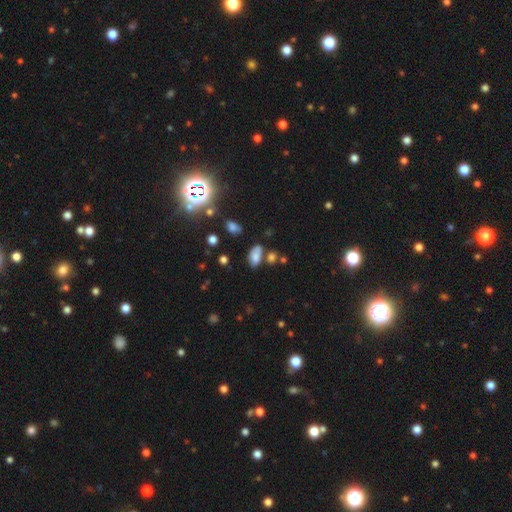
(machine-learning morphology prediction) type=smooth (73%); roundness=in between (91%); merging=none (56%).